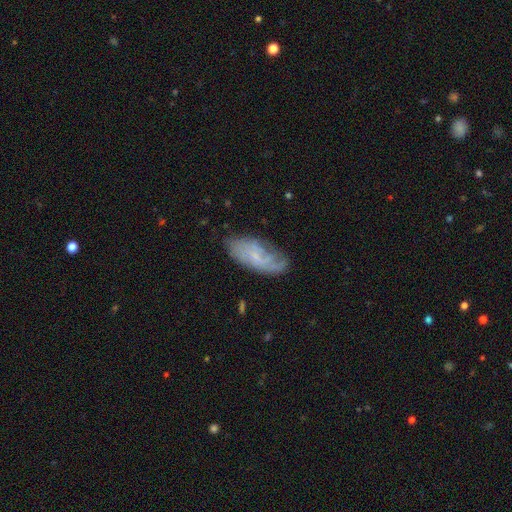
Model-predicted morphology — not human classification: A featured or disk galaxy (52%). Merging: none (61%).